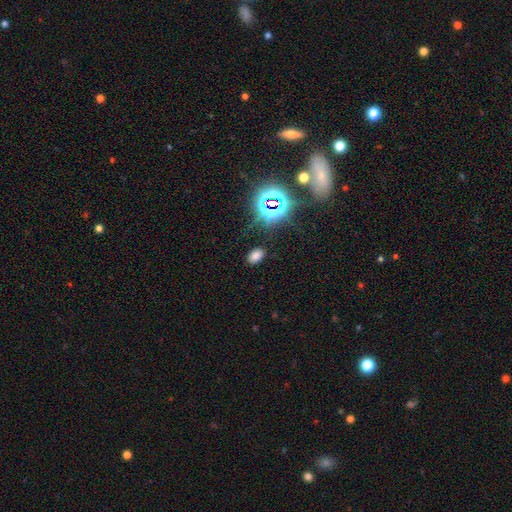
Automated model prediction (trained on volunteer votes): Smooth or featured: smooth — 68% (star or artifact — 26%)
How rounded: in between — 90% (round — 9%)
Merging: none — 85% (minor disturbance — 10%)